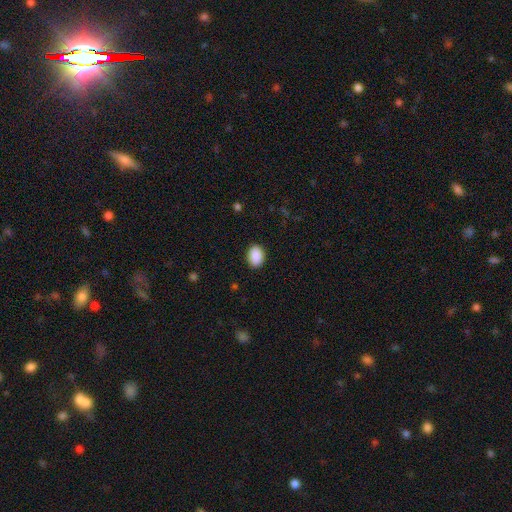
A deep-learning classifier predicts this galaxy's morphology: A smooth galaxy with no disk features (90%) that is in between round and cigar-shaped (80%). Merging: none (89%).